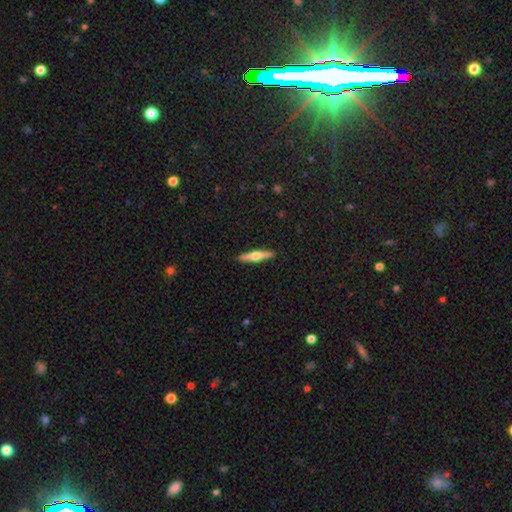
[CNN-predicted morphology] Smooth or featured: featured or disk — 56% (smooth — 38%)
Edge-on disk: yes — 96% (no — 4%)
Edge-on bulge: rounded — 92% (boxy — 4%)
Merging: none — 91% (minor disturbance — 6%)